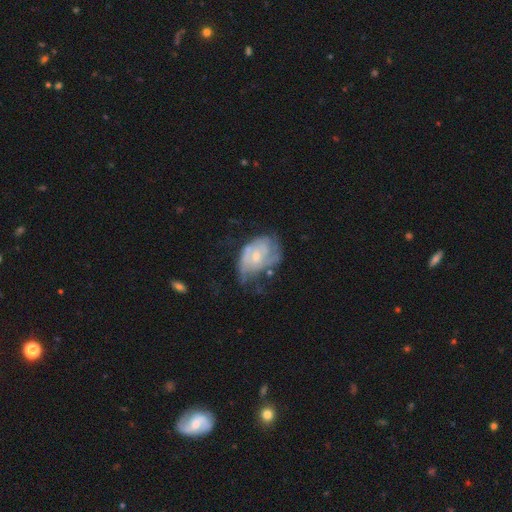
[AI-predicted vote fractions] A featured or disk galaxy (69%) with no bar (72%), spiral arms (70%) and a small central bulge (59%). Merging: none (33%).